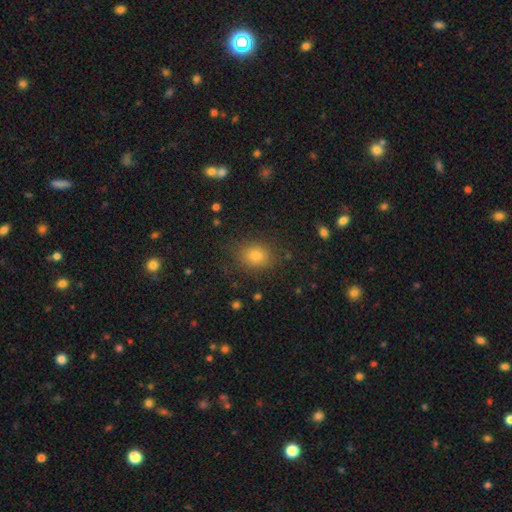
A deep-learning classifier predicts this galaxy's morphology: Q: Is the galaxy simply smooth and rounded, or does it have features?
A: smooth — 77%.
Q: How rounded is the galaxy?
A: round — 51%.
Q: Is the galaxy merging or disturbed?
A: none — 85%.